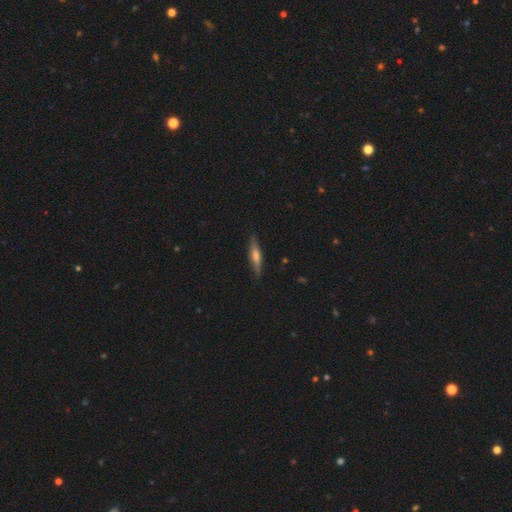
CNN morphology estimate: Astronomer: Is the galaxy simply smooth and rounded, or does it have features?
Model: featured or disk — 50% (runner-up: smooth, 43%).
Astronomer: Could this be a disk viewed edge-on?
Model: yes — 93%.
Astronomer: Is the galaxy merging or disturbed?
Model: none — 86%.